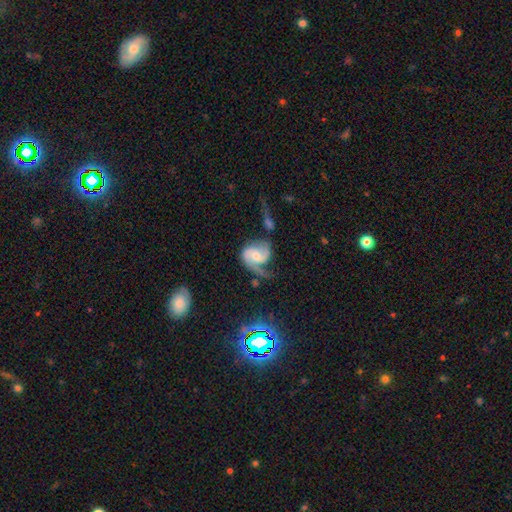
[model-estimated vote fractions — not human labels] smooth_or_featured: featured or disk (p=0.81) [alt: smooth p=0.13]
disk_edge_on: no (p=0.98) [alt: yes p=0.02]
bar: no (p=0.56) [alt: weak p=0.36]
has_spiral_arms: yes (p=0.95) [alt: no p=0.05]
spiral_winding: medium (p=0.46) [alt: loose p=0.32]
spiral_arm_count: 2 (p=0.78) [alt: 1 p=0.13]
bulge_size: moderate (p=0.46) [alt: small p=0.38]
merging: none (p=0.38) [alt: major disturbance p=0.26]